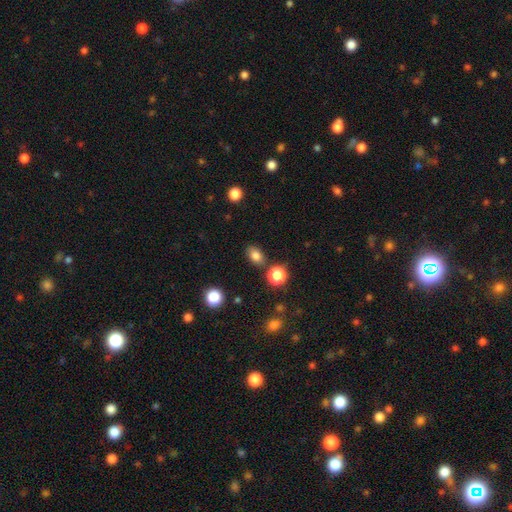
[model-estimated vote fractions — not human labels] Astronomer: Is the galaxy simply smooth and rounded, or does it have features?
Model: smooth — 81%.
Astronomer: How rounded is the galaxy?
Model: in between — 75%.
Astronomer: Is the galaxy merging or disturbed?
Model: none — 80%.